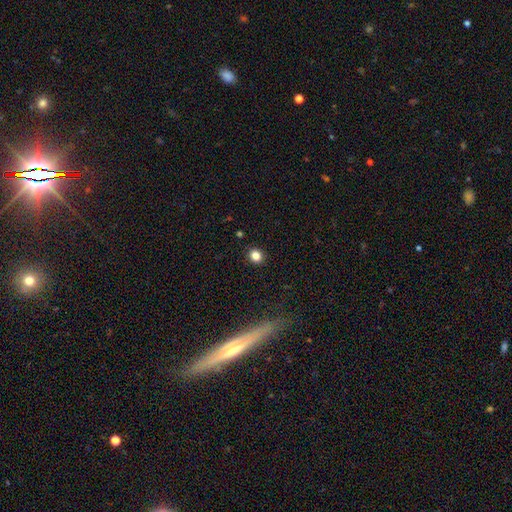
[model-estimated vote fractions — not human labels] Q: Smooth or featured?
A: smooth (82%); runner-up: star or artifact (13%)
Q: How rounded?
A: round (78%); runner-up: in between (21%)
Q: Merging?
A: none (91%); runner-up: minor disturbance (6%)